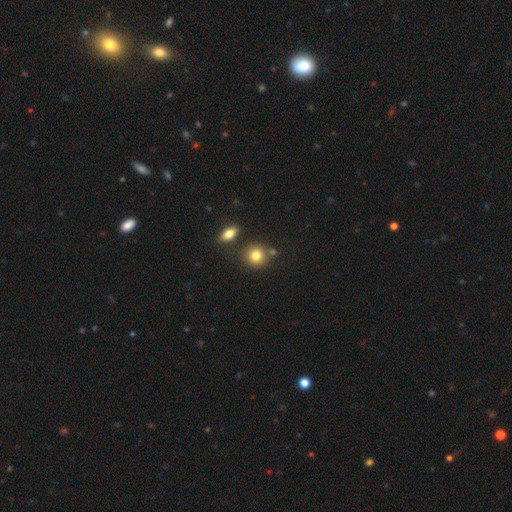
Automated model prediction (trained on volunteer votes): Smooth or featured? Predicted: smooth (p=0.81). How rounded? Predicted: round (p=0.84). Merging? Predicted: none (p=0.73).